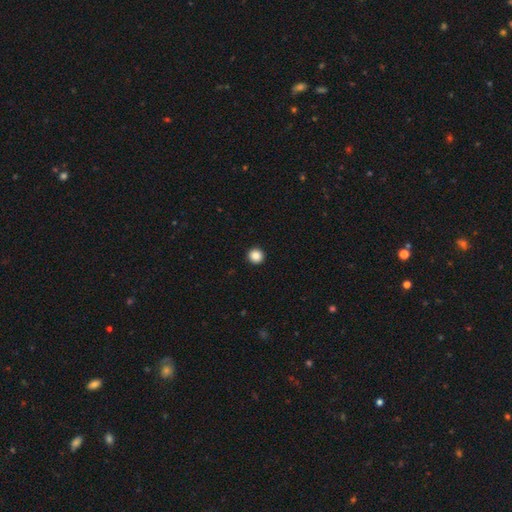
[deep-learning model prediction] Overall: smooth (86%). How rounded: round (95%). Merging: none (94%).